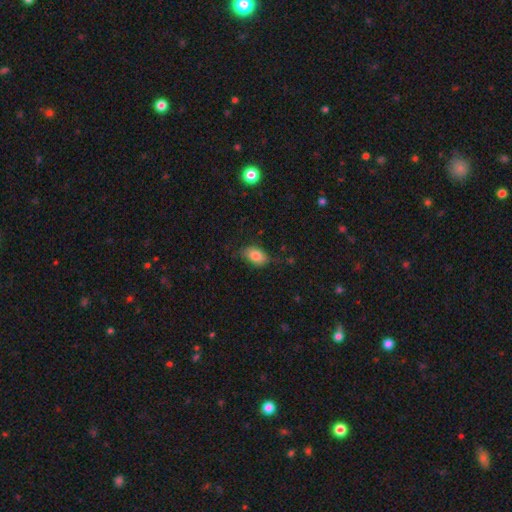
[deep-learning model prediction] smooth_or_featured: smooth (p=0.83) [alt: featured or disk p=0.09]
how_rounded: in between (p=0.88) [alt: round p=0.10]
merging: none (p=0.70) [alt: minor disturbance p=0.22]